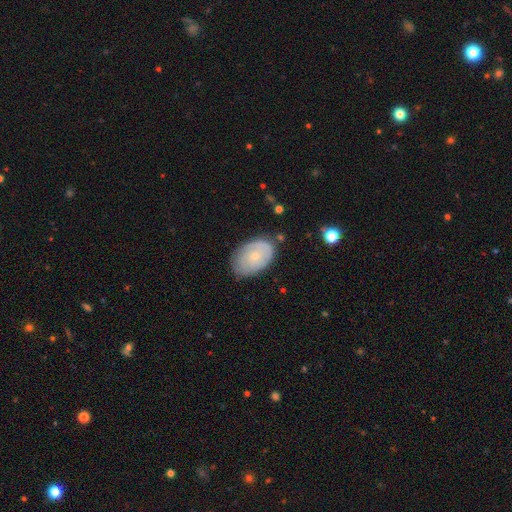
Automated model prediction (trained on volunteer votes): Smooth or featured: featured or disk — 51% (smooth — 42%)
Edge-on disk: no — 95% (yes — 5%)
Merging: none — 70% (minor disturbance — 23%)